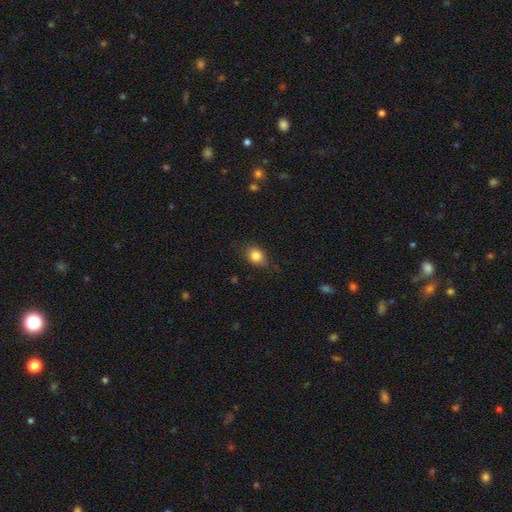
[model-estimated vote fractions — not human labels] smooth_or_featured: smooth (p=0.83) [alt: star or artifact p=0.10]
how_rounded: in between (p=0.49) [tied with: round p=0.49]
merging: none (p=0.75) [alt: minor disturbance p=0.20]